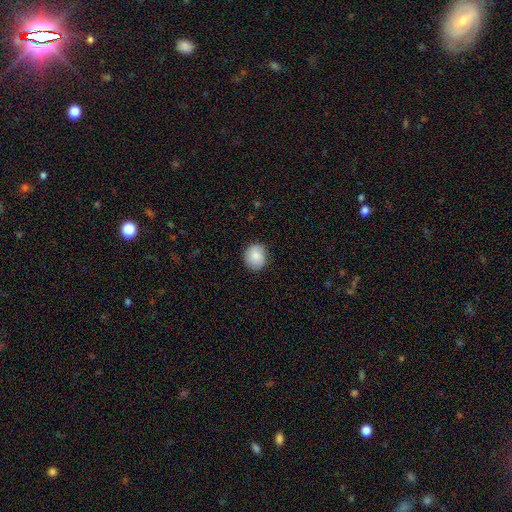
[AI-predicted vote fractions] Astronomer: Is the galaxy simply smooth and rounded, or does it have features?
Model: smooth — 85%.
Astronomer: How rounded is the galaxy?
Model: round — 79%.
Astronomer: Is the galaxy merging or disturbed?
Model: none — 84%.